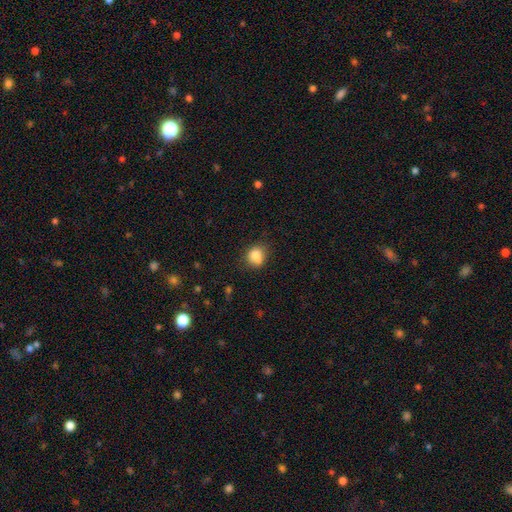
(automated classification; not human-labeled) Smooth or featured?
  - smooth: 83% *
  - star or artifact: 10%
  - featured or disk: 7%
How rounded?
  - round: 69% *
  - in between: 30%
  - cigar-shaped: 1%
Merging?
  - none: 66% *
  - minor disturbance: 23%
  - major disturbance: 5%
  - merger: 5%